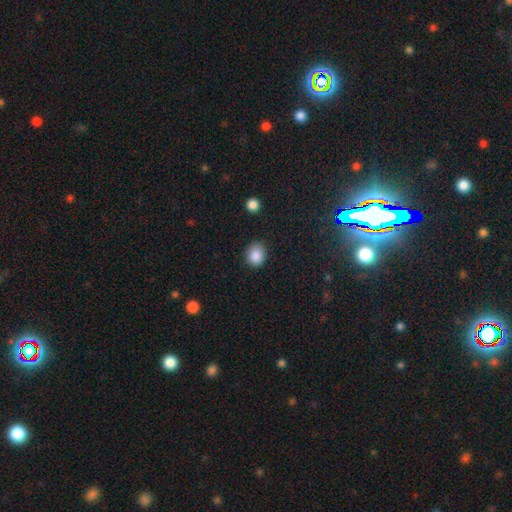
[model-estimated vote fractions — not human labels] Morphology: type=smooth (87%); roundness=round (67%); merging=none (81%).